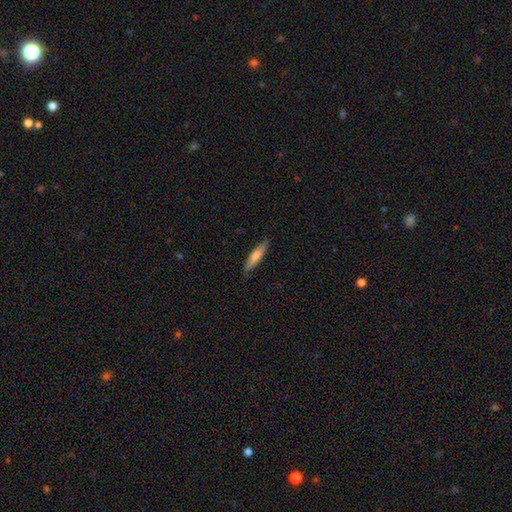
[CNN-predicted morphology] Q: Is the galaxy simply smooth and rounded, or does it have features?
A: smooth — 63%.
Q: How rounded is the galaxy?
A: cigar-shaped — 85%.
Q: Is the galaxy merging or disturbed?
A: none — 87%.